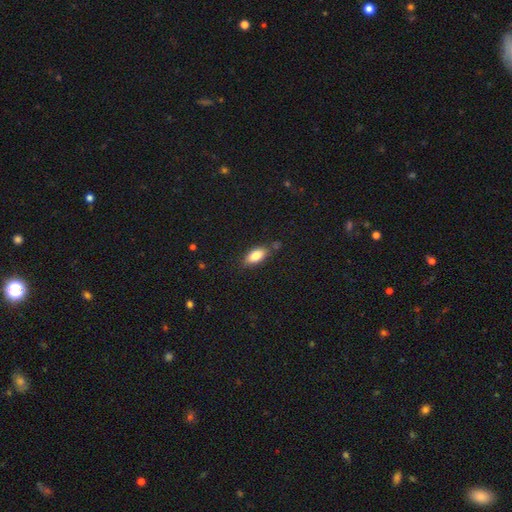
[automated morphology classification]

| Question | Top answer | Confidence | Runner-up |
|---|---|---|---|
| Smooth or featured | smooth | 79% | featured or disk (13%) |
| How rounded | in between | 87% | cigar-shaped (9%) |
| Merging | none | 78% | minor disturbance (15%) |